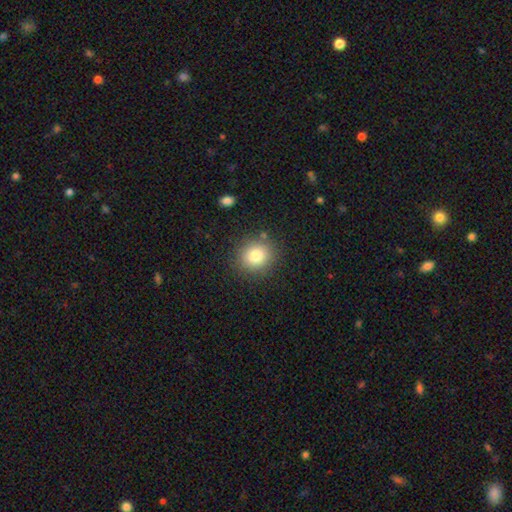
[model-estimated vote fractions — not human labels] Smooth or featured? smooth (82%)
How rounded? round (81%)
Merging? none (85%)